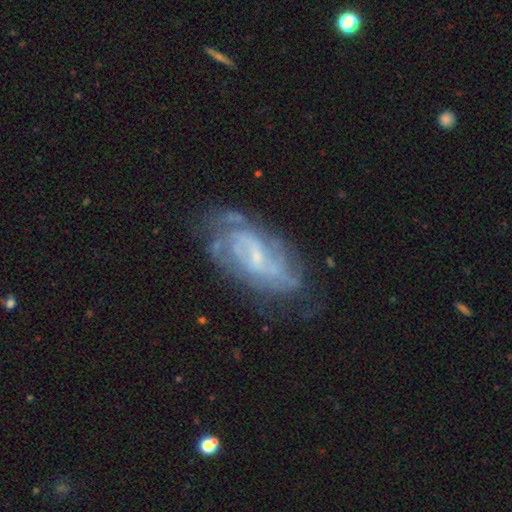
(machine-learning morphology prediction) Overall: featured or disk (80%). Edge-on disk: no (94%). Bar: weak (49%; no 36%). Spiral arms: yes (84%). Spiral arm count: can't tell (43%; 2 33%). Spiral winding: tight (43%; medium 41%). Bulge size: small (70%). Merging: none (62%; minor disturbance 22%).